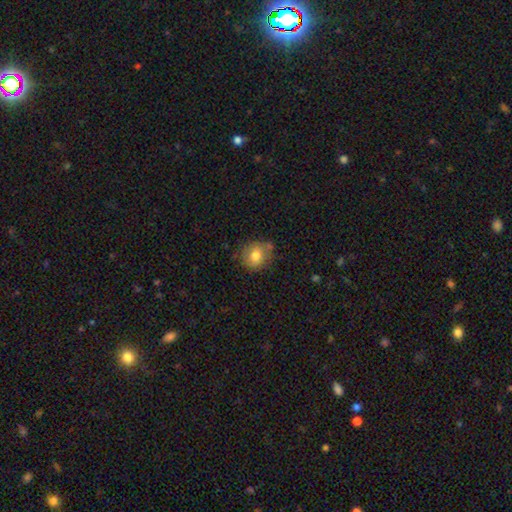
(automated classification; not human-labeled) Q: Smooth or featured?
A: smooth (78%); runner-up: featured or disk (12%)
Q: How rounded?
A: round (81%); runner-up: in between (18%)
Q: Merging?
A: none (74%); runner-up: minor disturbance (17%)